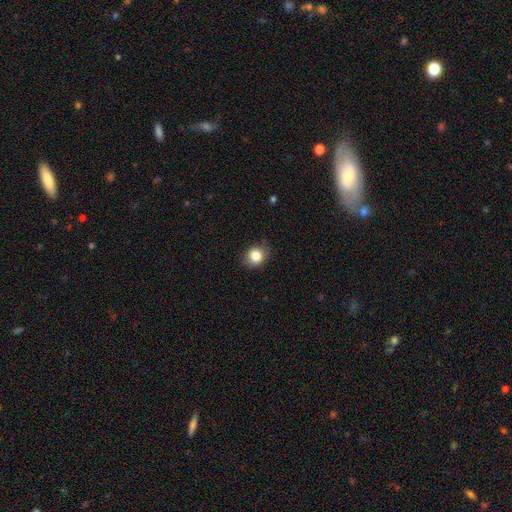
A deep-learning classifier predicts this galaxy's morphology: smooth-or-featured: smooth: 83% | star or artifact: 10% | featured or disk: 7%
  how-rounded: round: 66% | in between: 33% | cigar-shaped: 1%
  merging: none: 84% | minor disturbance: 12% | major disturbance: 3% | merger: 1%